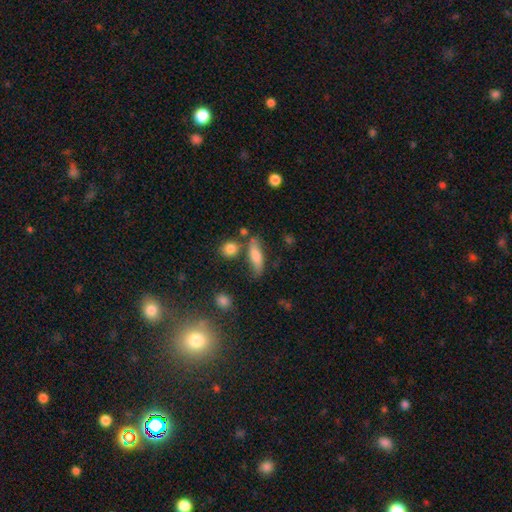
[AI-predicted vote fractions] smooth-or-featured: smooth: 72% | featured or disk: 20% | star or artifact: 8%
  how-rounded: in between: 52% | cigar-shaped: 43% | round: 4%
  merging: none: 65% | minor disturbance: 19% | merger: 10% | major disturbance: 6%